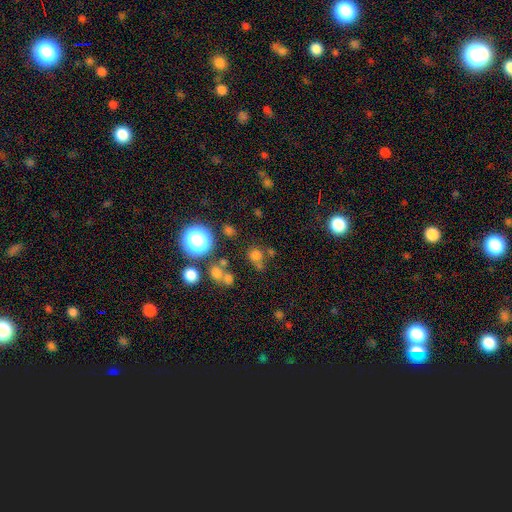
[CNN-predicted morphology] Smooth or featured? smooth (65%)
How rounded? round (84%)
Merging? none (64%)